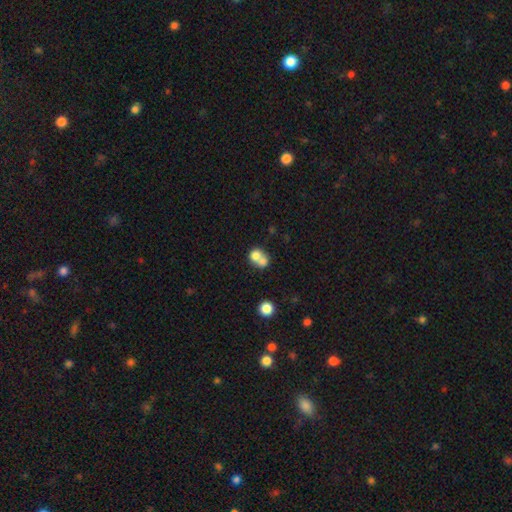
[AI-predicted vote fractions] Q: Smooth or featured?
A: smooth (70%); runner-up: featured or disk (19%)
Q: How rounded?
A: round (71%); runner-up: in between (28%)
Q: Merging?
A: merger (67%); runner-up: none (24%)